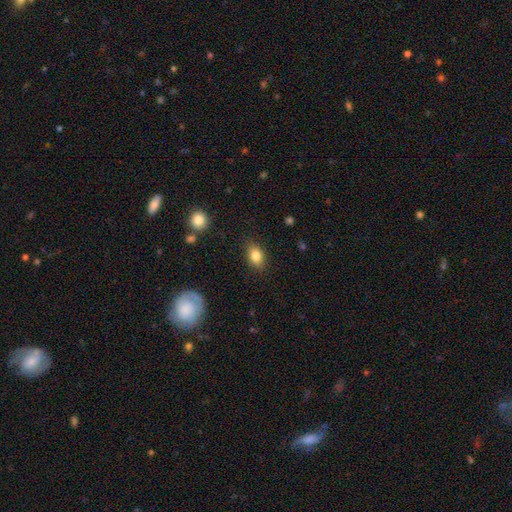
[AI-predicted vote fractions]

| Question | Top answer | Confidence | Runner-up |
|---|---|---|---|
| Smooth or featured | smooth | 84% | star or artifact (9%) |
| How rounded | in between | 79% | round (19%) |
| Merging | none | 85% | minor disturbance (11%) |